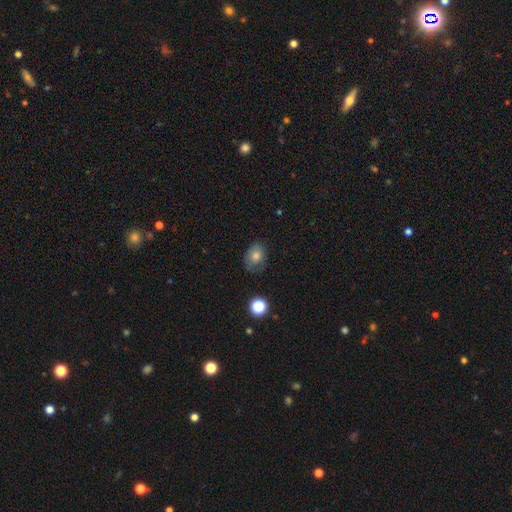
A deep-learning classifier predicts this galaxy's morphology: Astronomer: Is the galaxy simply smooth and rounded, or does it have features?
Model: smooth — 73%.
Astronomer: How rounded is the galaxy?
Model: in between — 66%.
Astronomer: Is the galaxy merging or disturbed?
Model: none — 71%.